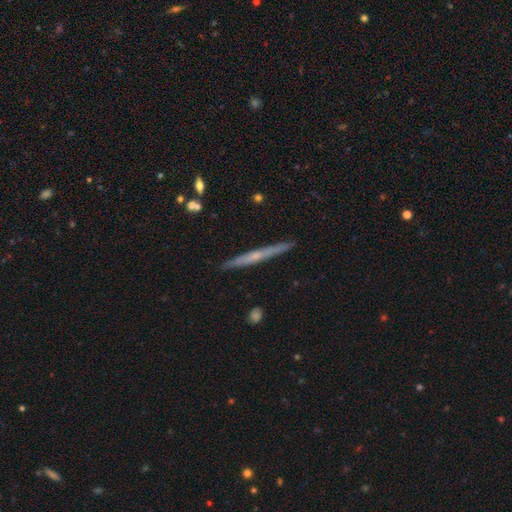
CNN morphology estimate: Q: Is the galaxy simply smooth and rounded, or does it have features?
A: featured or disk — 61%.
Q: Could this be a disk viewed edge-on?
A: yes — 97%.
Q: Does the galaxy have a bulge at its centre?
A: none — 56%.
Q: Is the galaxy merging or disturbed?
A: none — 90%.